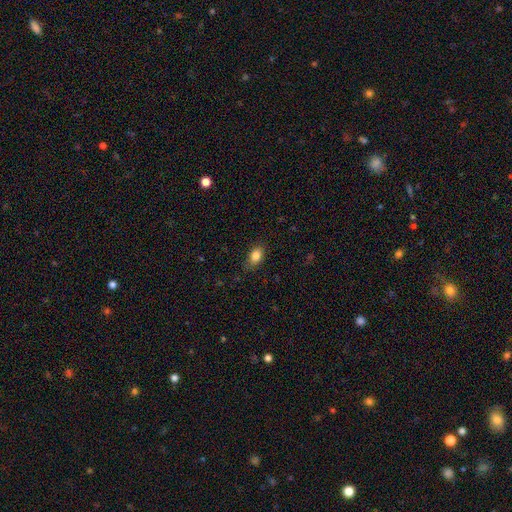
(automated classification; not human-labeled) This is clearly a smooth galaxy (84%). How rounded: clearly in between (85%). Merging: clearly none (80%).